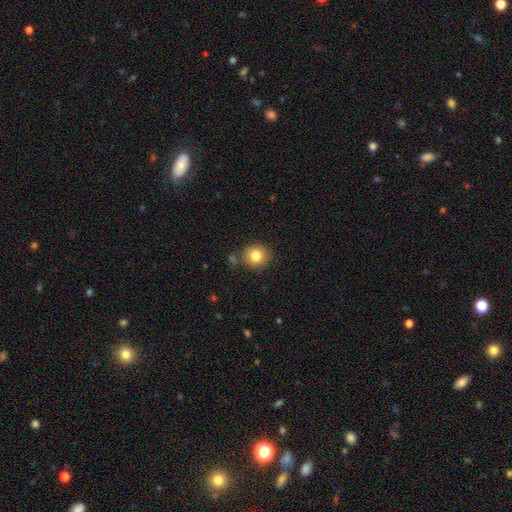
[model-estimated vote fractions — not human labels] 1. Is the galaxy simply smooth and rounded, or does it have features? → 81% smooth, 11% star or artifact, 8% featured or disk.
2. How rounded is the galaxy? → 85% round, 14% in between, 1% cigar-shaped.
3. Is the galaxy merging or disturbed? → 82% none, 10% minor disturbance, 5% merger, 3% major disturbance.